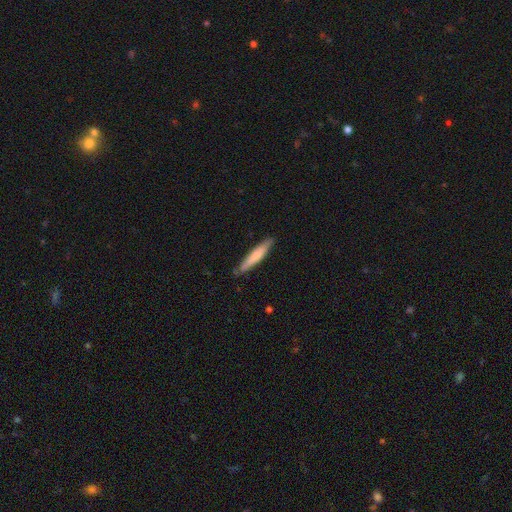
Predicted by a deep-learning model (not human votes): This is likely a smooth galaxy (68%). How rounded: clearly cigar-shaped (92%). Merging: clearly none (84%).